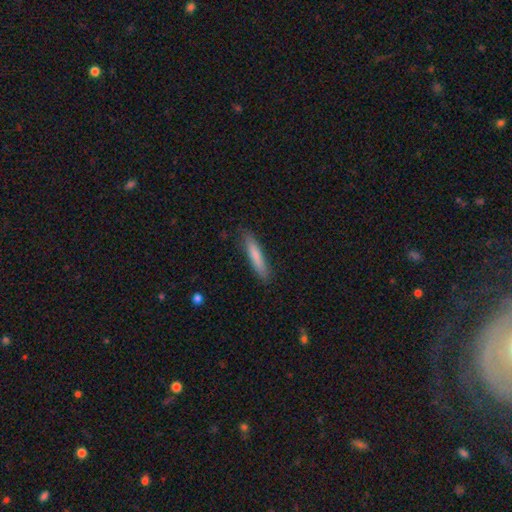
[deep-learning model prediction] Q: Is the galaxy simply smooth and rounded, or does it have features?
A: smooth — 79%.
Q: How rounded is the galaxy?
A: cigar-shaped — 89%.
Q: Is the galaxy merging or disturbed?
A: none — 85%.